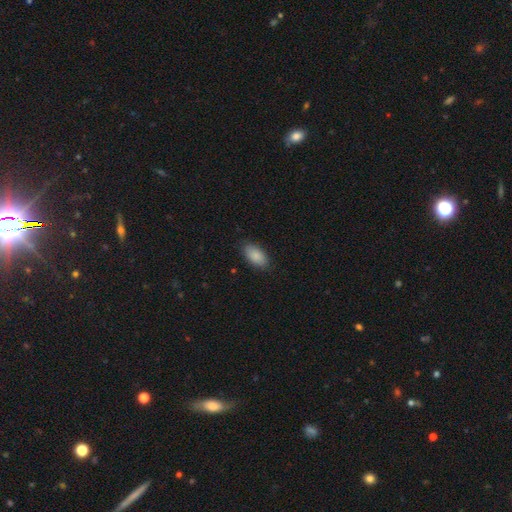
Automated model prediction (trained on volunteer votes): smooth 89%, star or artifact 6%, featured or disk 5%. Down the decision tree: how rounded — in between (93%); merging — none (86%).